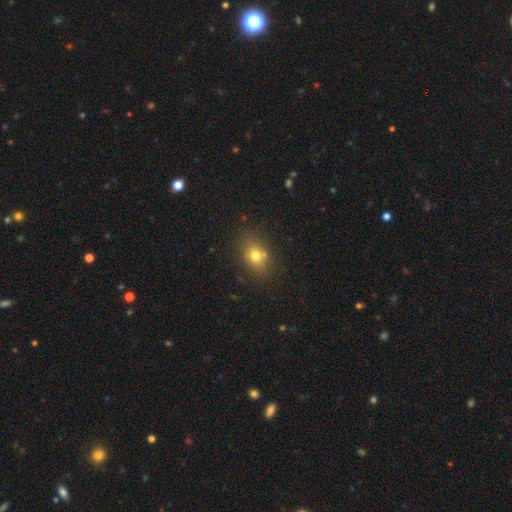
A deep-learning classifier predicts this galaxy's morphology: The model was most divided on "how rounded": in between: 57%, round: 41%, cigar-shaped: 1%. More confident: merging — none (73%); smooth or featured — smooth (72%).